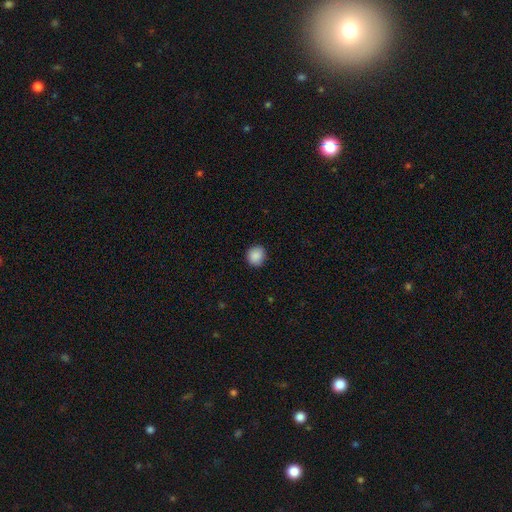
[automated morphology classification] Smooth or featured? smooth (89%)
How rounded? round (88%)
Merging? none (90%)